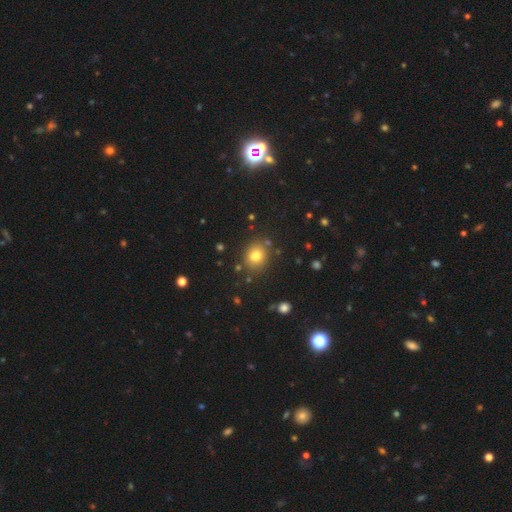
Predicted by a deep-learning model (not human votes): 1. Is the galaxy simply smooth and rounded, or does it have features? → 79% smooth, 13% star or artifact, 8% featured or disk.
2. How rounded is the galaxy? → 62% round, 37% in between, 1% cigar-shaped.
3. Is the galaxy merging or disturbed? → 81% none, 11% minor disturbance, 5% merger, 3% major disturbance.